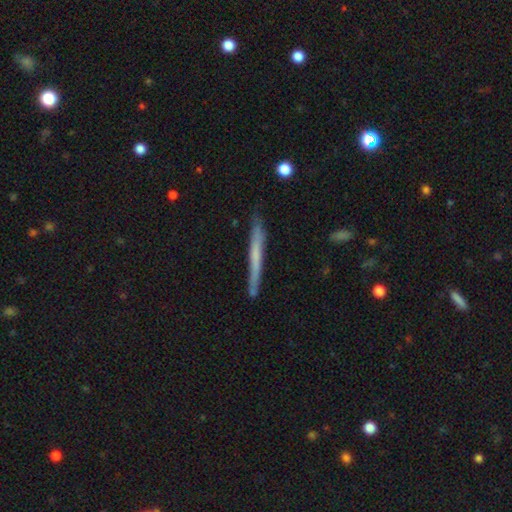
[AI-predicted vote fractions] Overall: smooth (50%; featured or disk 44%). How rounded: cigar-shaped (97%). Merging: none (84%).